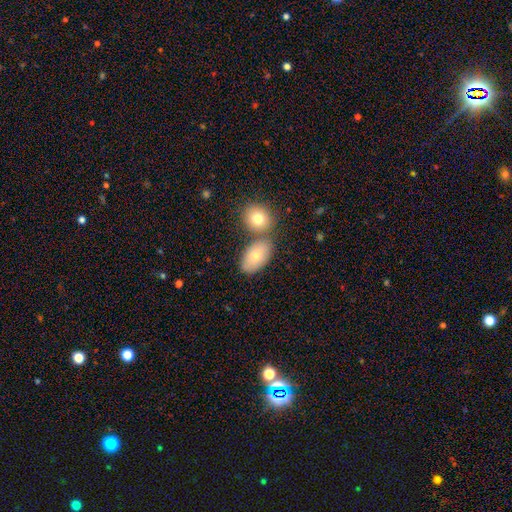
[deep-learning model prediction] A smooth galaxy with no disk features (75%) that is in between round and cigar-shaped (88%).

Vote fractions:
- Smooth or featured? smooth: 75% / featured or disk: 17% / star or artifact: 8%
- How rounded? in between: 88% / round: 10% / cigar-shaped: 2%
- Merging? none: 61% / merger: 25% / minor disturbance: 11% / major disturbance: 3%